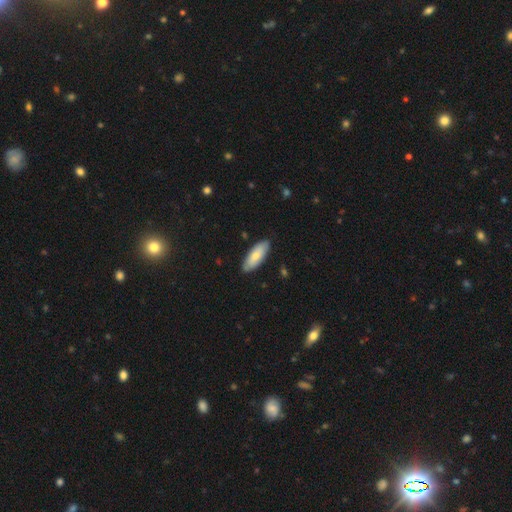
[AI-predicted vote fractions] Smooth or featured?
  - smooth: 72% *
  - featured or disk: 22%
  - star or artifact: 5%
How rounded?
  - in between: 72% *
  - cigar-shaped: 26%
  - round: 2%
Merging?
  - none: 86% *
  - minor disturbance: 11%
  - major disturbance: 2%
  - merger: 1%